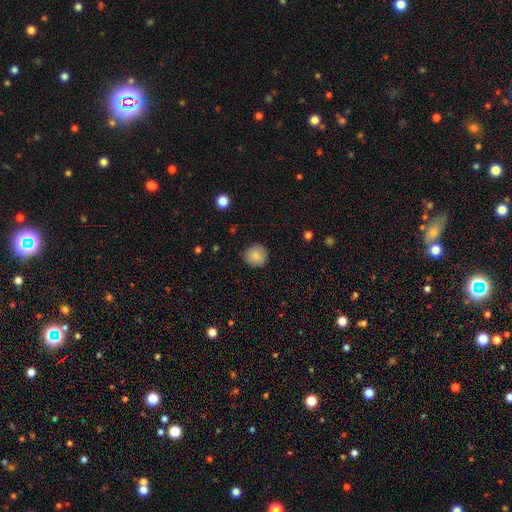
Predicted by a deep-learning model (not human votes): smooth 87%, star or artifact 8%, featured or disk 5%. Down the decision tree: how rounded — round (91%); merging — none (88%).